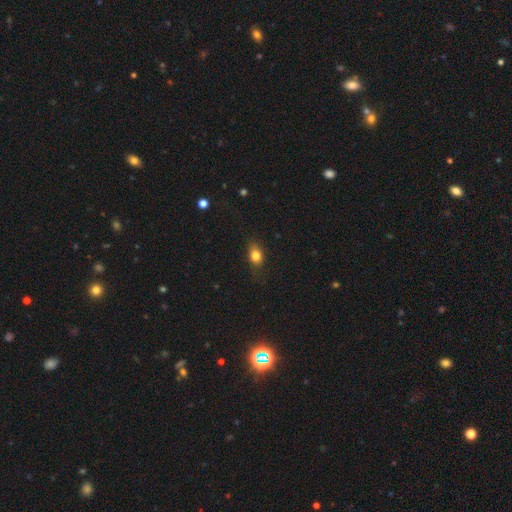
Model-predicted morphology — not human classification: A smooth galaxy with no disk features (81%) that is in between round and cigar-shaped (68%).

Vote fractions:
- Smooth or featured? smooth: 81% / star or artifact: 10% / featured or disk: 9%
- How rounded? in between: 68% / round: 27% / cigar-shaped: 5%
- Merging? none: 74% / minor disturbance: 19% / major disturbance: 5% / merger: 1%